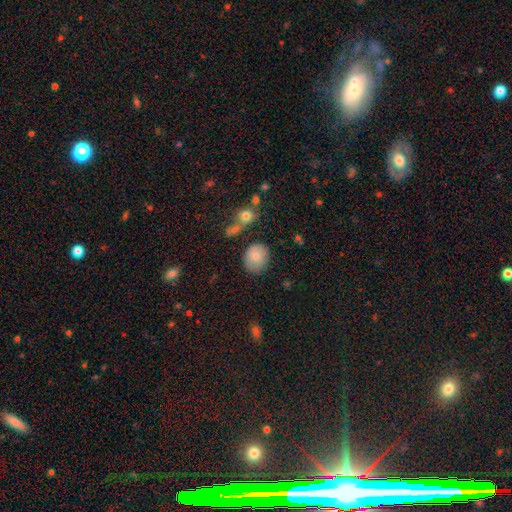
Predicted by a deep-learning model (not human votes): smooth 80%, featured or disk 11%, star or artifact 8%. Down the decision tree: how rounded — round (66%); merging — none (73%).